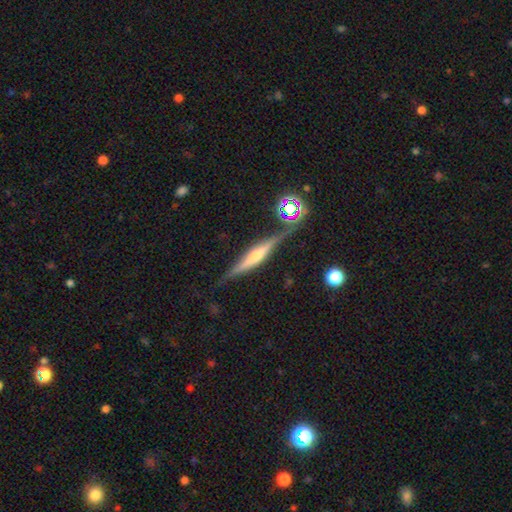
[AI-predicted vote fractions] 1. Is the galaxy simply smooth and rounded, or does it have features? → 69% featured or disk, 21% smooth, 10% star or artifact.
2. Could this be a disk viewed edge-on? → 96% yes, 4% no.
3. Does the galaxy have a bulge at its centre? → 73% rounded, 15% boxy, 12% none.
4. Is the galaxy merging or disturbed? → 78% none, 14% minor disturbance, 5% merger, 4% major disturbance.